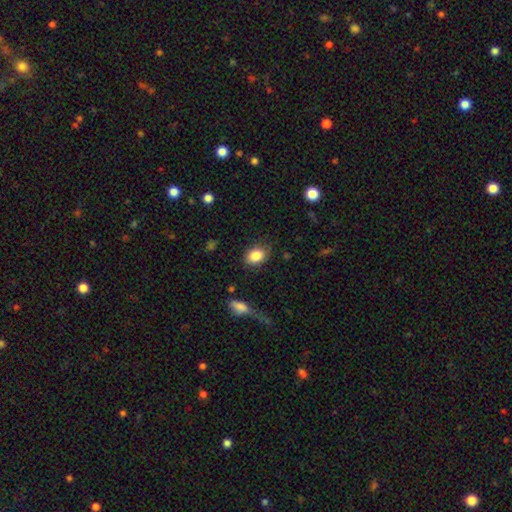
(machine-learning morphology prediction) A smooth galaxy with no disk features (86%) that is in between round and cigar-shaped (76%). Merging: none (81%).